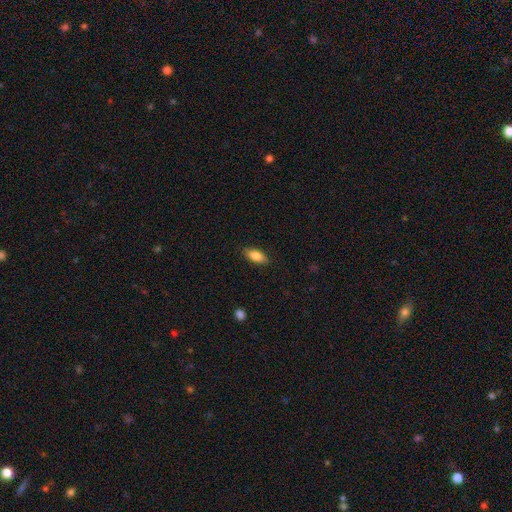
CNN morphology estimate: A smooth galaxy with no disk features (84%) that is in between round and cigar-shaped (86%). Merging: none (86%).